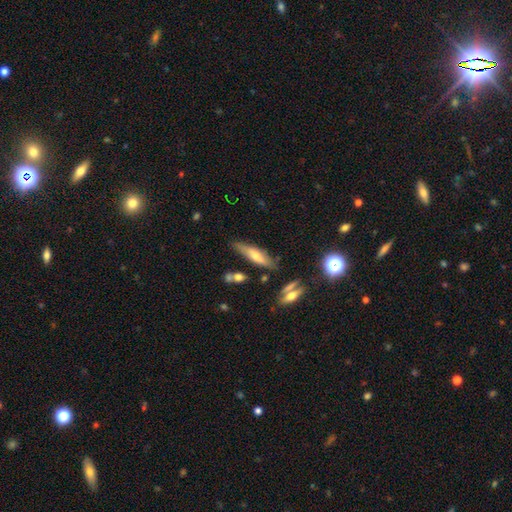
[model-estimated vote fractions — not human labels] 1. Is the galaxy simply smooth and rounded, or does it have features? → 56% smooth, 36% featured or disk, 8% star or artifact.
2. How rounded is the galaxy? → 67% cigar-shaped, 31% in between, 2% round.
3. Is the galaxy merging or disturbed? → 71% none, 18% minor disturbance, 7% merger, 4% major disturbance.